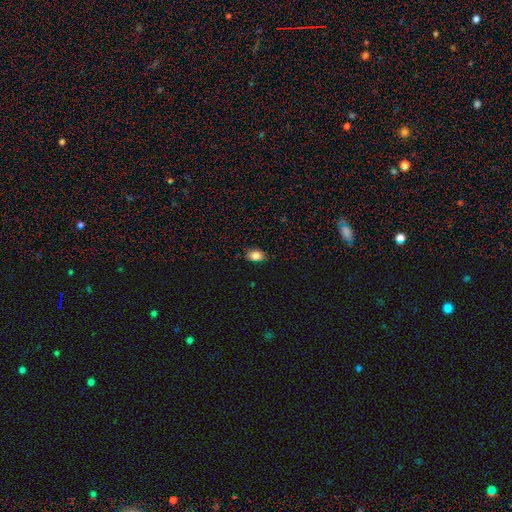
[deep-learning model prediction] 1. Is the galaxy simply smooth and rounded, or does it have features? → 85% smooth, 9% star or artifact, 5% featured or disk.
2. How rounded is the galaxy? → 83% in between, 15% round, 2% cigar-shaped.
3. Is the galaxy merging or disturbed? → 82% none, 14% minor disturbance, 2% major disturbance, 1% merger.